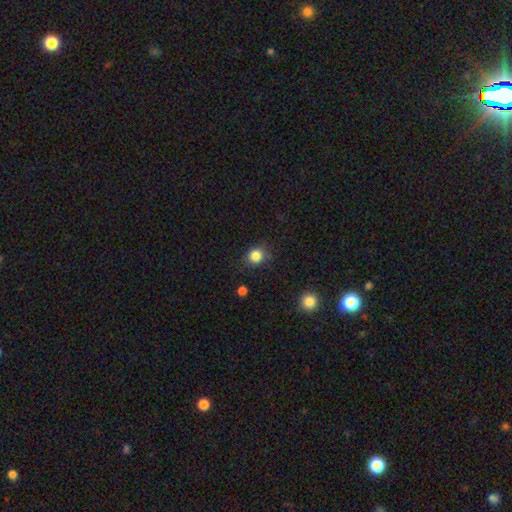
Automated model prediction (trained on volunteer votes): Overall: smooth (84%). How rounded: round (78%). Merging: none (81%).